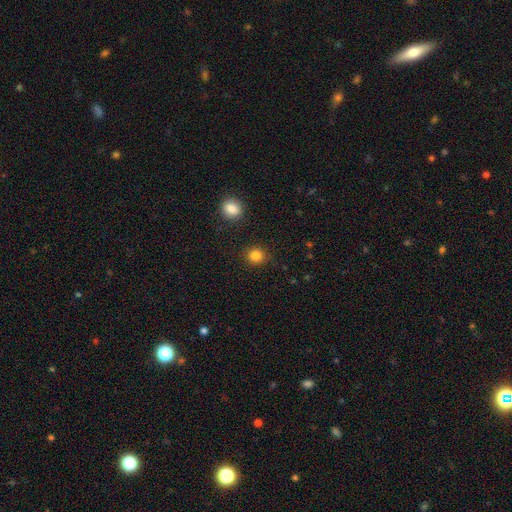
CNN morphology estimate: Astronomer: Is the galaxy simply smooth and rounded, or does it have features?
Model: smooth — 85%.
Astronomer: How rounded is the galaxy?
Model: round — 90%.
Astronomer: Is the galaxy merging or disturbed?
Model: none — 89%.